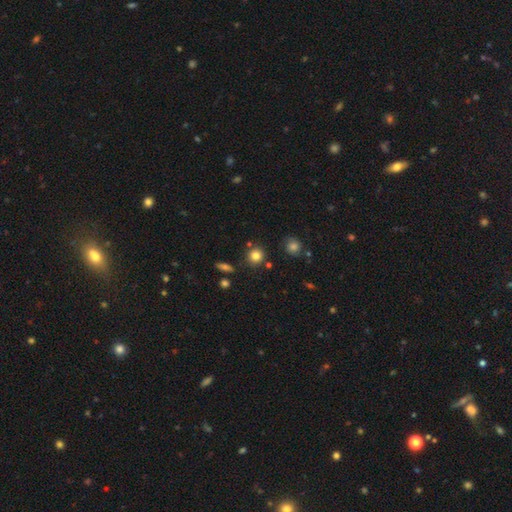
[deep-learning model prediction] A smooth galaxy with no disk features (81%) that is round (89%). Merging: none (84%).